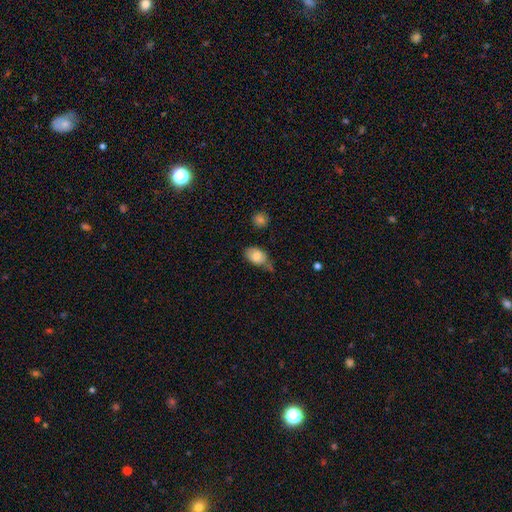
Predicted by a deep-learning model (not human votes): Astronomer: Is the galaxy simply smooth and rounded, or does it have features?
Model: smooth — 81%.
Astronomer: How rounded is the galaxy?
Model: in between — 87%.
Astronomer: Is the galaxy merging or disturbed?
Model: none — 45% (runner-up: minor disturbance, 37%).